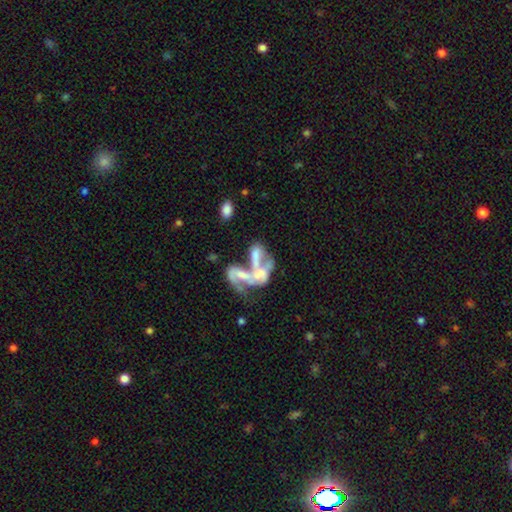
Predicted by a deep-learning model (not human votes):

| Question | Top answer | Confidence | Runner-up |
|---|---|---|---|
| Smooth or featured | featured or disk | 59% | smooth (29%) |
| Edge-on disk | no | 97% | yes (3%) |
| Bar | no | 79% | weak (12%) |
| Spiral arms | no | 77% | yes (23%) |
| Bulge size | none | 58% | moderate (19%) |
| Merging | merger | 68% | major disturbance (19%) |